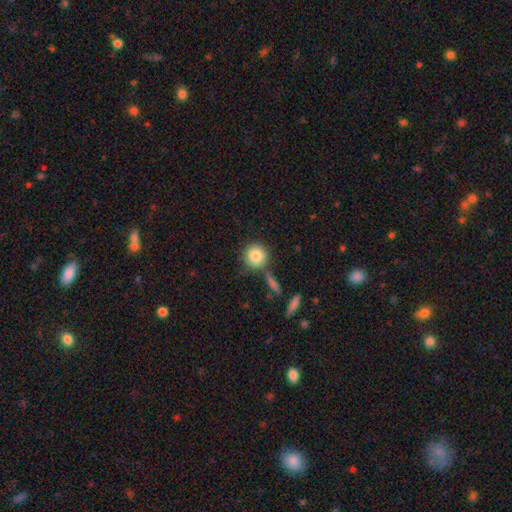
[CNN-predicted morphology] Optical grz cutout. It shows a smooth galaxy with no disk features (84%) that is round (91%). Merging: none (71%).